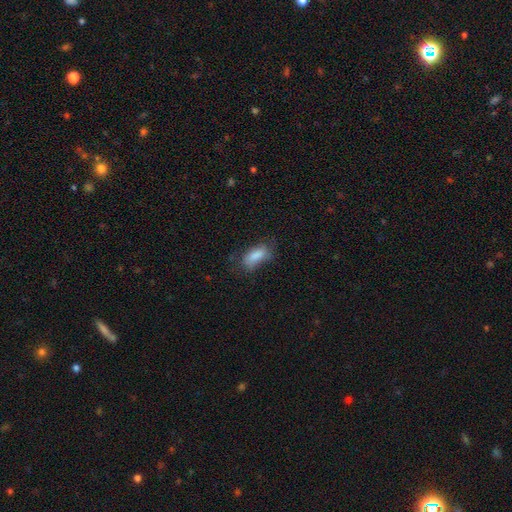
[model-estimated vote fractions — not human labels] smooth_or_featured: smooth (p=0.83) [alt: featured or disk p=0.09]
how_rounded: in between (p=0.84) [alt: cigar-shaped p=0.13]
merging: none (p=0.56) [alt: minor disturbance p=0.28]